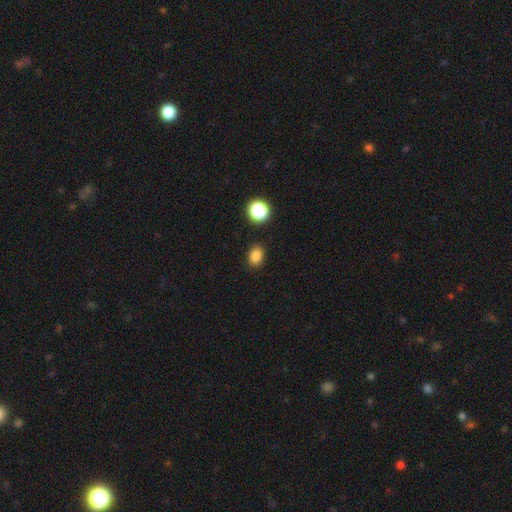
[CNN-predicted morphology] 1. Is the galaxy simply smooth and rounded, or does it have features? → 83% smooth, 13% star or artifact, 4% featured or disk.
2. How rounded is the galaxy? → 58% in between, 41% round, 1% cigar-shaped.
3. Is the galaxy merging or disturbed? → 87% none, 9% minor disturbance, 3% major disturbance, 2% merger.